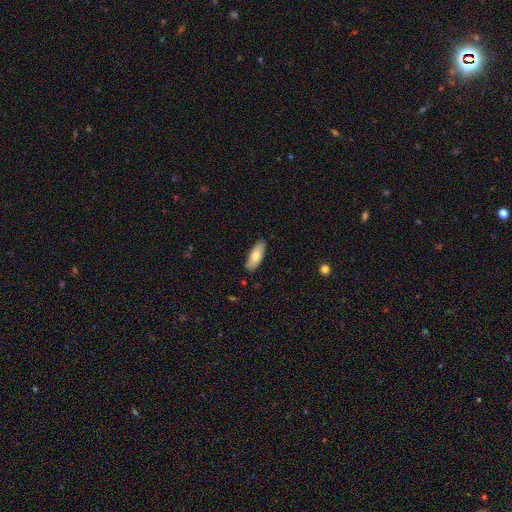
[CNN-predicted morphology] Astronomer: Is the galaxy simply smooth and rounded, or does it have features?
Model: smooth — 72%.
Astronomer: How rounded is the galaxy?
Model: in between — 71%.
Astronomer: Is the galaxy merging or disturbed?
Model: none — 87%.